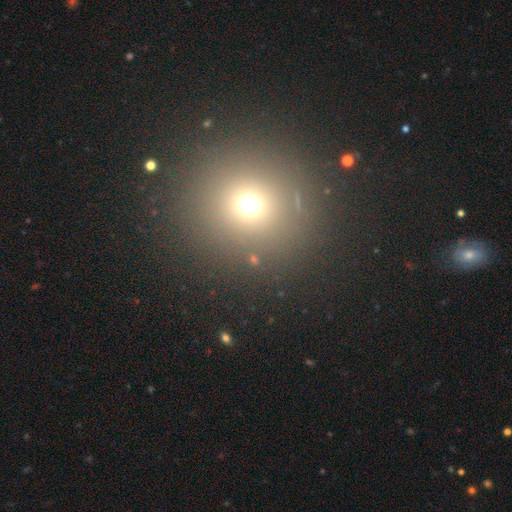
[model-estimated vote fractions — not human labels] smooth-or-featured: smooth: 62% | star or artifact: 29% | featured or disk: 9%
  how-rounded: round: 92% | in between: 7% | cigar-shaped: 1%
  merging: none: 88% | minor disturbance: 6% | major disturbance: 3% | merger: 2%